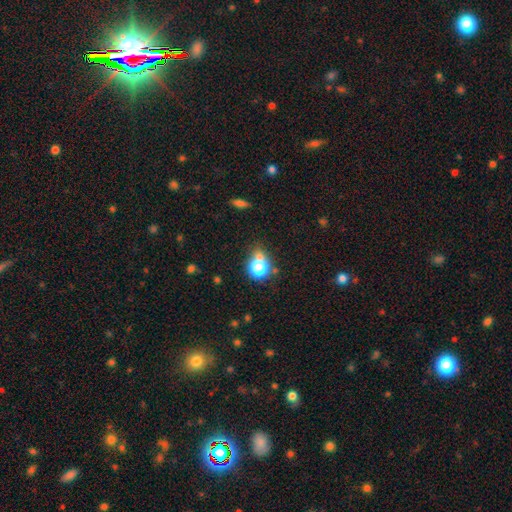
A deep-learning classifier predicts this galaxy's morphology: Smooth or featured? Predicted: smooth (p=0.67). How rounded? Predicted: round (p=0.73). Merging? Predicted: none (p=0.55).